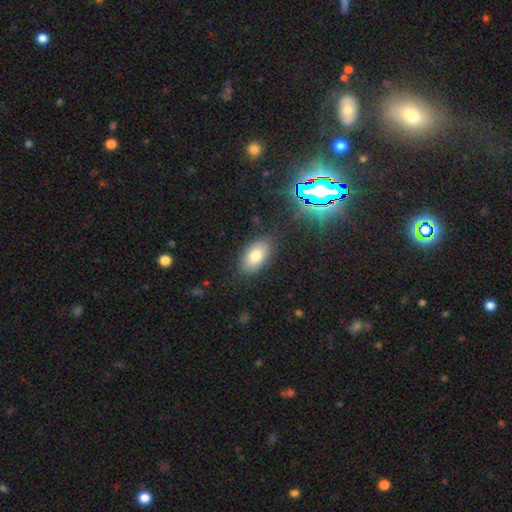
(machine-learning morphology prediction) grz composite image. It shows a smooth galaxy with no disk features (77%) that is in between round and cigar-shaped (92%). Merging: none (84%).